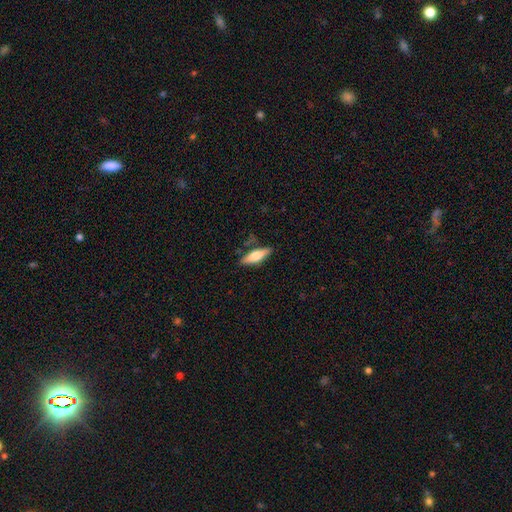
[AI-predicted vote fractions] This is possibly a smooth galaxy (60%). How rounded: possibly cigar-shaped (55%). Merging: likely none (77%).